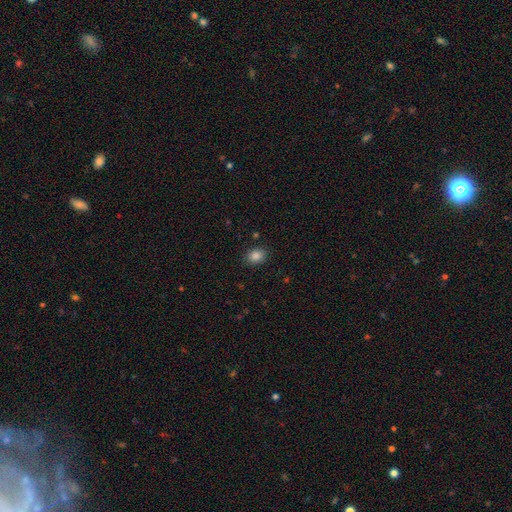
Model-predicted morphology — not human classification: Smooth or featured?
  - smooth: 86% *
  - star or artifact: 10%
  - featured or disk: 4%
How rounded?
  - in between: 63% *
  - round: 37%
  - cigar-shaped: 1%
Merging?
  - none: 86% *
  - minor disturbance: 10%
  - major disturbance: 3%
  - merger: 1%